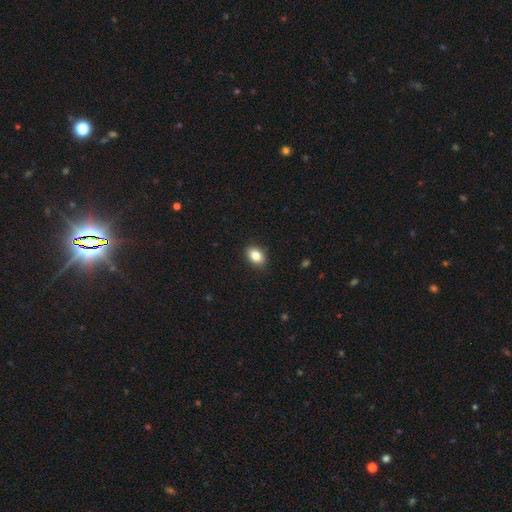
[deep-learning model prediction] A smooth galaxy with no disk features (85%) that is in between round and cigar-shaped (79%).

Vote fractions:
- Smooth or featured? smooth: 85% / star or artifact: 9% / featured or disk: 7%
- How rounded? in between: 79% / round: 20% / cigar-shaped: 1%
- Merging? none: 89% / minor disturbance: 8% / major disturbance: 2% / merger: 1%